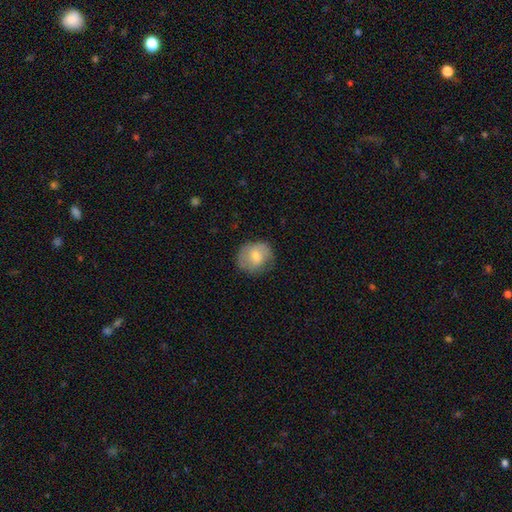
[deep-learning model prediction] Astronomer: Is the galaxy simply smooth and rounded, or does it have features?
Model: smooth — 67%.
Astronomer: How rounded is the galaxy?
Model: round — 75%.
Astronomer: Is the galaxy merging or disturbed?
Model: none — 71%.